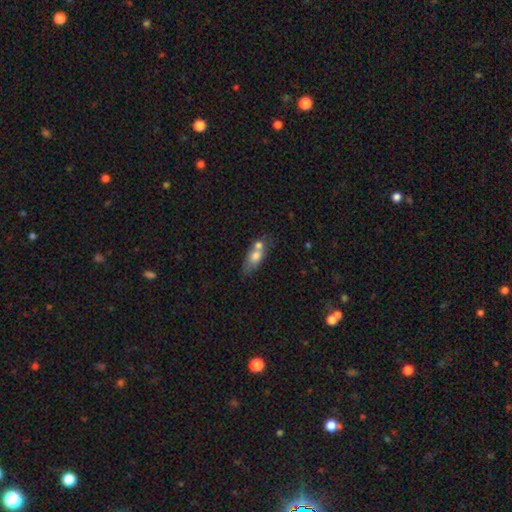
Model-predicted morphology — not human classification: A smooth galaxy with no disk features (68%) that is in between round and cigar-shaped (73%).

Vote fractions:
- Smooth or featured? smooth: 68% / featured or disk: 24% / star or artifact: 8%
- How rounded? in between: 73% / cigar-shaped: 17% / round: 9%
- Merging? merger: 40% / none: 37% / minor disturbance: 16% / major disturbance: 7%